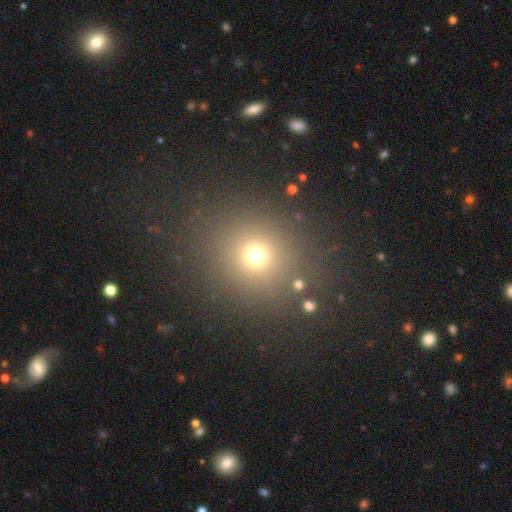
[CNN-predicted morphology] smooth_or_featured: smooth (p=0.68) [alt: star or artifact p=0.23]
how_rounded: round (p=0.87) [alt: in between p=0.12]
merging: none (p=0.84) [alt: minor disturbance p=0.08]